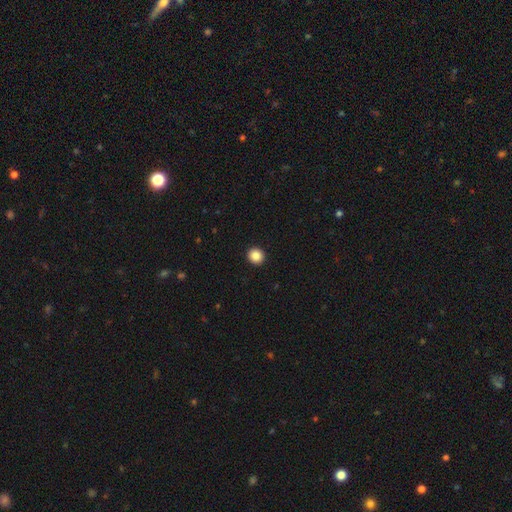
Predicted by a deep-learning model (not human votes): This is clearly a smooth galaxy (88%). How rounded: clearly round (90%). Merging: clearly none (93%).